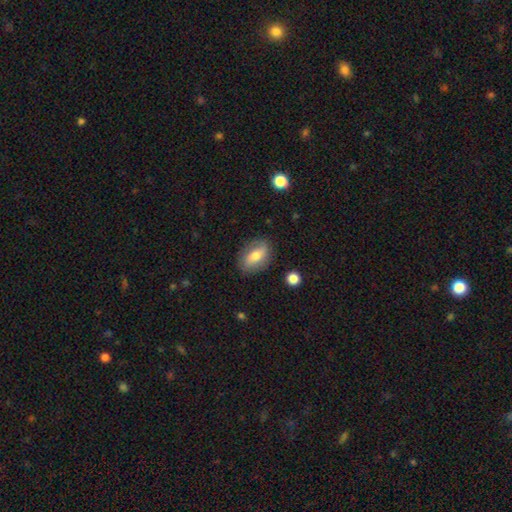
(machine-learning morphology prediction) type=smooth (63%); roundness=in between (85%); merging=none (80%).